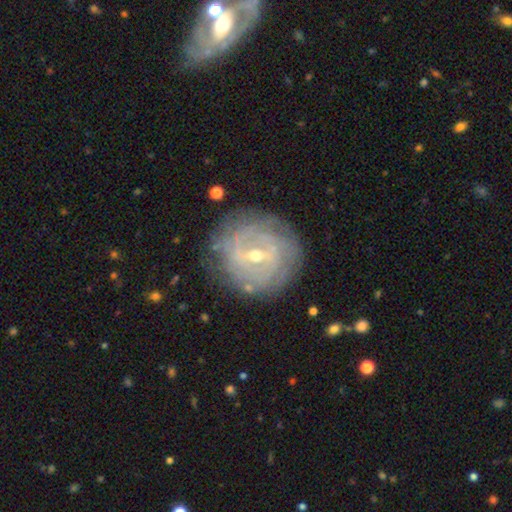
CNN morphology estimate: This appears to be a featured or disk galaxy (85%) with a weak bar (55%), tight (74%) spiral arms (88%) and a small central bulge (54%). Merging: none (79%).